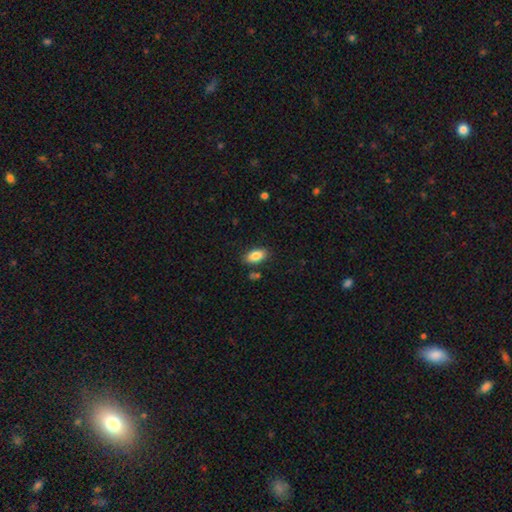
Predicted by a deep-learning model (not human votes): A smooth galaxy with no disk features (84%) that is in between round and cigar-shaped (90%).

Vote fractions:
- Smooth or featured? smooth: 84% / featured or disk: 9% / star or artifact: 7%
- How rounded? in between: 90% / cigar-shaped: 6% / round: 4%
- Merging? none: 84% / minor disturbance: 10% / merger: 4% / major disturbance: 2%